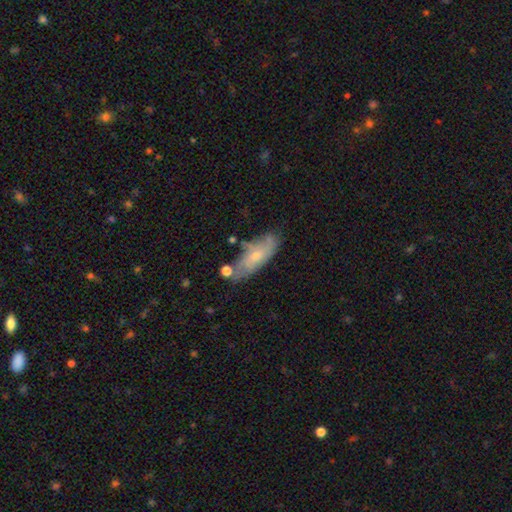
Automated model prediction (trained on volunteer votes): This is possibly a smooth galaxy (49%). Merging: possibly none (56%).